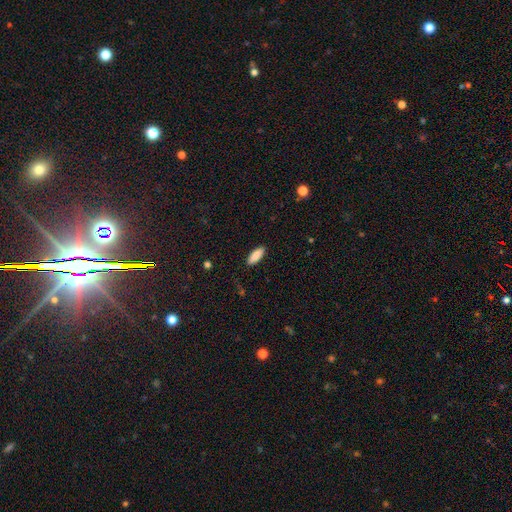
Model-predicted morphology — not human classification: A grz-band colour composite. It shows a smooth galaxy with no disk features (87%) that is in between round and cigar-shaped (73%). Merging: none (88%).